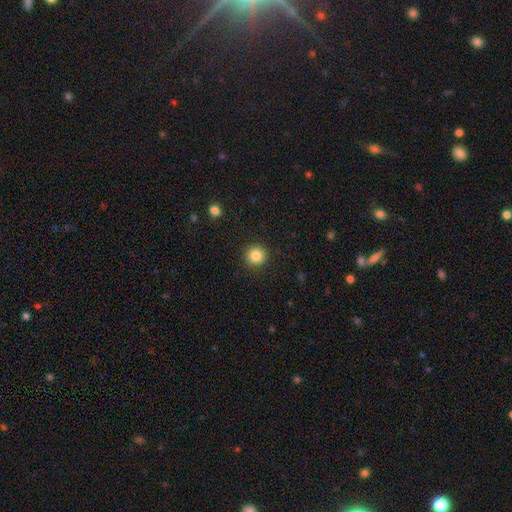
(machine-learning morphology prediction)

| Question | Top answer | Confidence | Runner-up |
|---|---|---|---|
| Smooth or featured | smooth | 84% | star or artifact (10%) |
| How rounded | round | 94% | in between (5%) |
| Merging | none | 91% | minor disturbance (6%) |